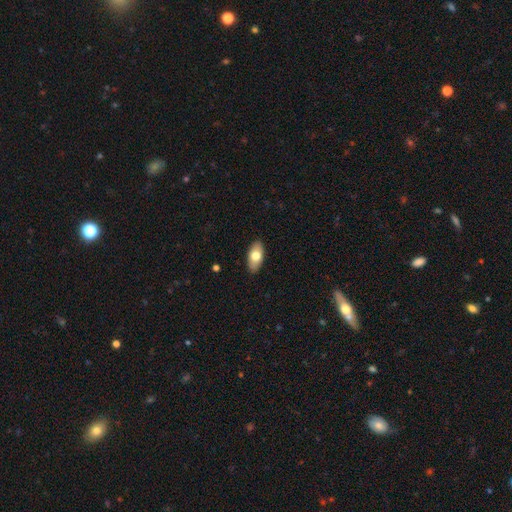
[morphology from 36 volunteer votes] Smooth or featured: smooth — 81% (featured or disk — 17%)
How rounded: in between — 90% (cigar-shaped — 10%)
Merging: none — 91% (minor disturbance — 9%)